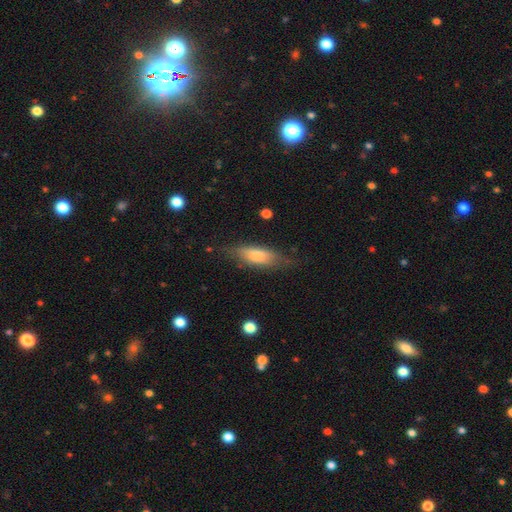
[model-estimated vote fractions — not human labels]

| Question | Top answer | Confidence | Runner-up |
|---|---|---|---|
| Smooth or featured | smooth | 69% | featured or disk (24%) |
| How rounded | in between | 53% | cigar-shaped (45%) |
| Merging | none | 72% | minor disturbance (20%) |